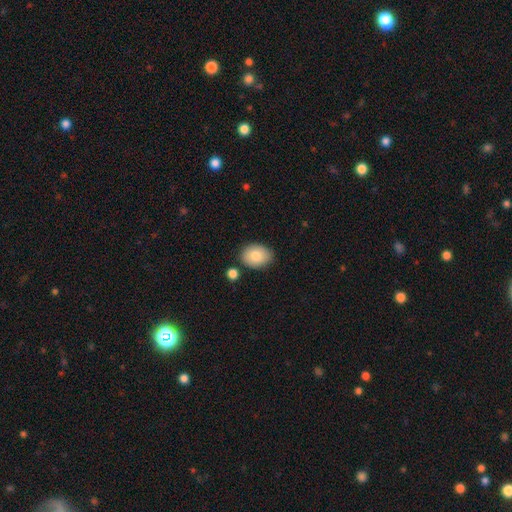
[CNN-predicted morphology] smooth-or-featured: smooth: 83% | featured or disk: 10% | star or artifact: 7%
  how-rounded: in between: 70% | round: 29% | cigar-shaped: 1%
  merging: none: 80% | minor disturbance: 13% | merger: 5% | major disturbance: 3%